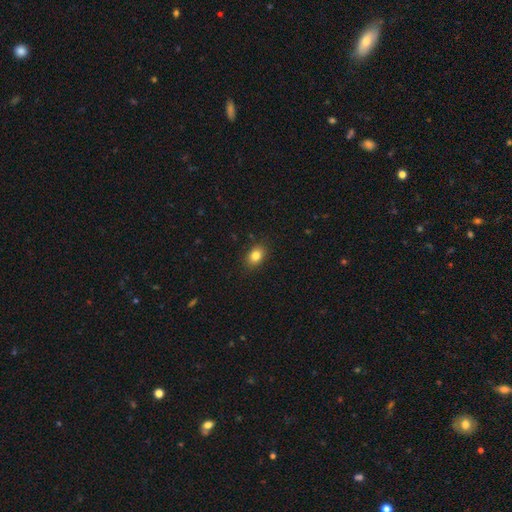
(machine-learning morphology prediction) Q: Smooth or featured?
A: smooth (83%); runner-up: star or artifact (10%)
Q: How rounded?
A: in between (70%); runner-up: round (28%)
Q: Merging?
A: none (87%); runner-up: minor disturbance (9%)